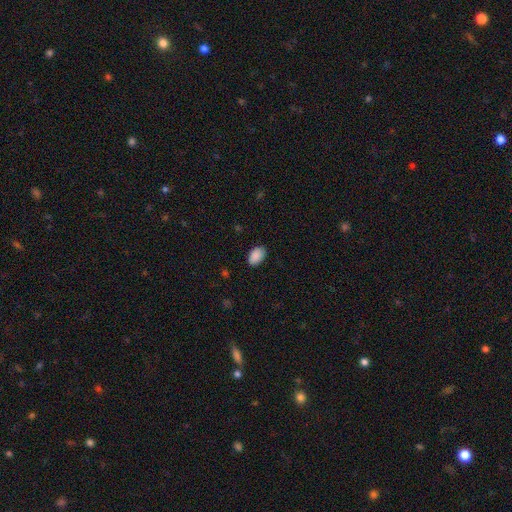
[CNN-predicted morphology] Smooth or featured? Predicted: smooth (p=0.90). How rounded? Predicted: in between (p=0.90). Merging? Predicted: none (p=0.86).